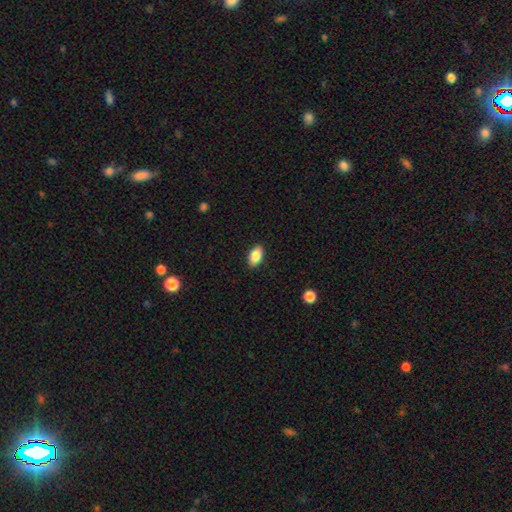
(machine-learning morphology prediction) A smooth galaxy with no disk features (85%) that is in between round and cigar-shaped (92%).

Vote fractions:
- Smooth or featured? smooth: 85% / star or artifact: 8% / featured or disk: 7%
- How rounded? in between: 92% / round: 6% / cigar-shaped: 2%
- Merging? none: 89% / minor disturbance: 8% / major disturbance: 2% / merger: 1%